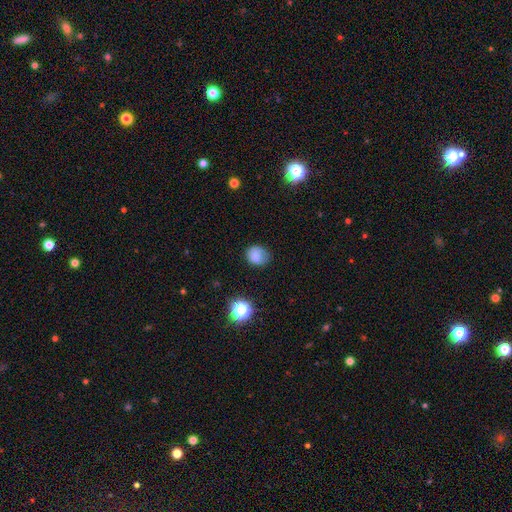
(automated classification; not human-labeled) The model was most divided on "how rounded": round: 68%, in between: 32%, cigar-shaped: 1%. More confident: smooth or featured — smooth (80%); merging — none (65%).